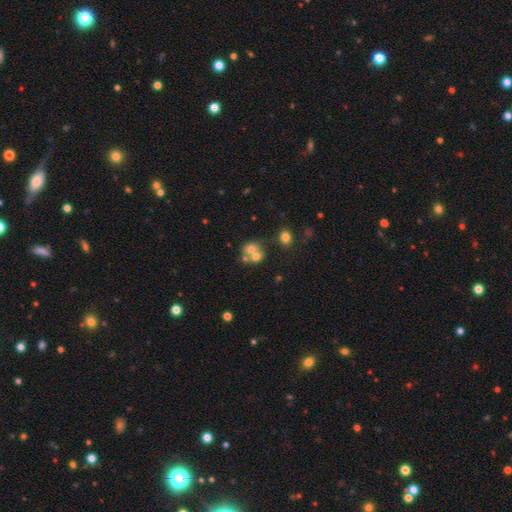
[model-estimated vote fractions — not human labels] Smooth or featured?
  - smooth: 59% *
  - featured or disk: 27%
  - star or artifact: 14%
How rounded?
  - round: 65% *
  - in between: 34%
  - cigar-shaped: 1%
Merging?
  - merger: 59% *
  - none: 29%
  - minor disturbance: 7%
  - major disturbance: 5%